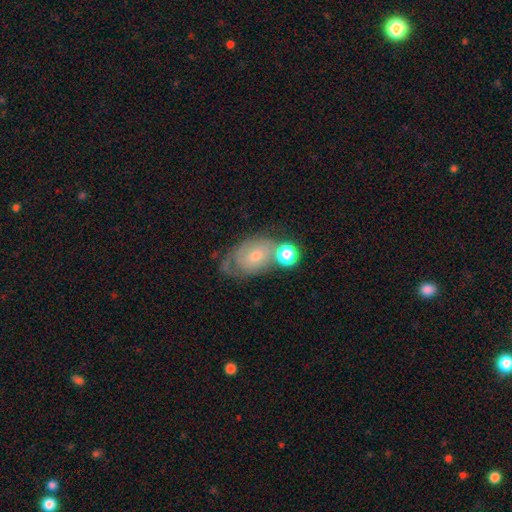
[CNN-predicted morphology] A featured or disk galaxy (53%) with no bar (76%), spiral arms (65%) and a small central bulge (51%). Merging: none (38%).